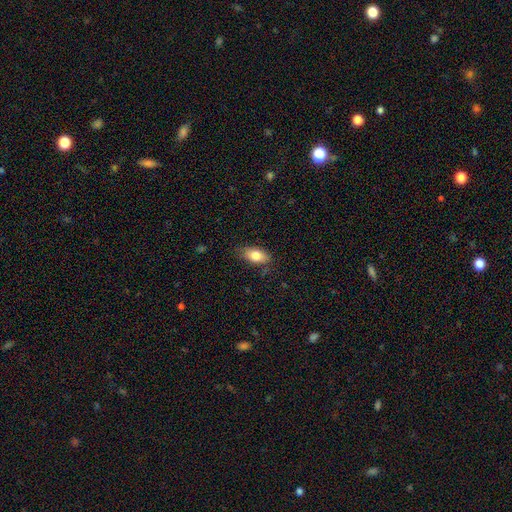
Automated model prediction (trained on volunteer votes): Morphology: type=smooth (81%); roundness=in between (88%); merging=none (78%).